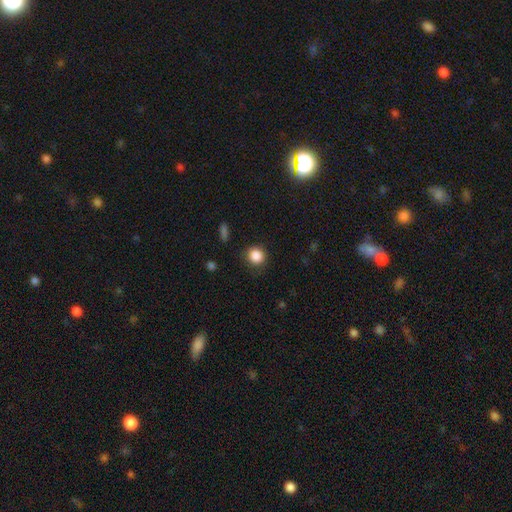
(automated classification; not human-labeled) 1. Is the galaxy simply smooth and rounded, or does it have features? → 86% smooth, 10% star or artifact, 4% featured or disk.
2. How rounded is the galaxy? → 88% round, 11% in between, 1% cigar-shaped.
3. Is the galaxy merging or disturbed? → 85% none, 11% minor disturbance, 3% major disturbance, 1% merger.